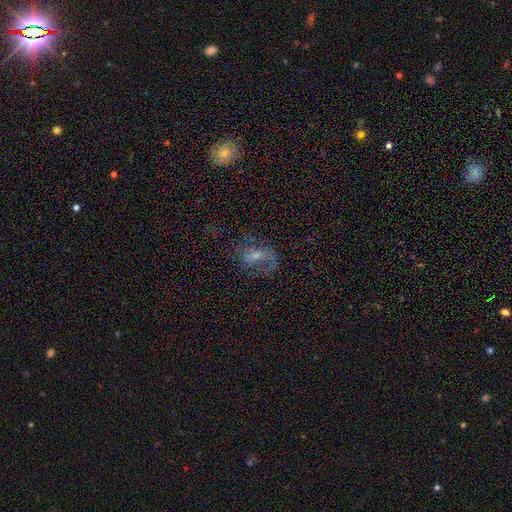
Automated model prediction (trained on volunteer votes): A featured or disk galaxy (53%).

Vote fractions:
- Smooth or featured? featured or disk: 53% / smooth: 32% / star or artifact: 15%
- Edge-on disk? no: 94% / yes: 6%
- Merging? none: 47% / major disturbance: 29% / minor disturbance: 21% / merger: 3%